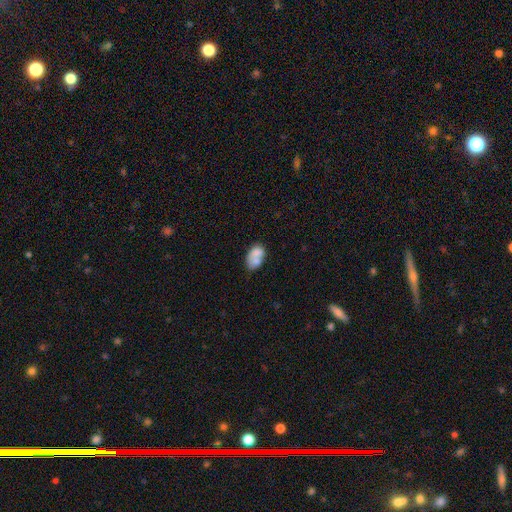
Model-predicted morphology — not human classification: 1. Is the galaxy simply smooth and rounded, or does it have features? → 70% smooth, 22% featured or disk, 8% star or artifact.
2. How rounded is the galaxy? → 85% in between, 14% round, 2% cigar-shaped.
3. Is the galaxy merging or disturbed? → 44% merger, 33% none, 16% minor disturbance, 8% major disturbance.